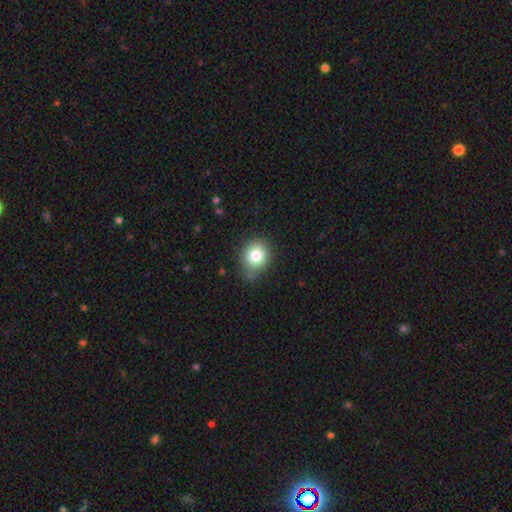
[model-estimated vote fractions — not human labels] Overall: smooth (80%). How rounded: round (69%; in between 30%). Merging: none (70%).